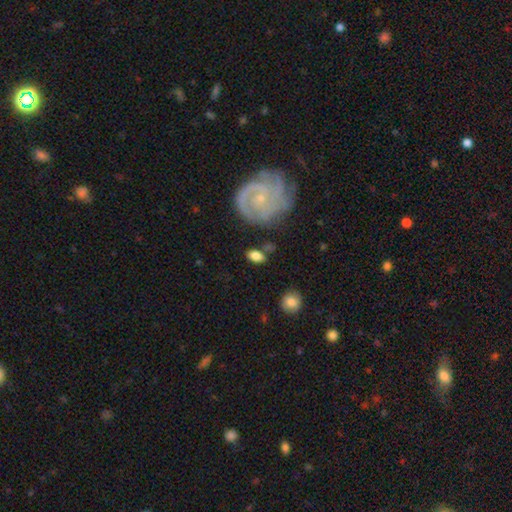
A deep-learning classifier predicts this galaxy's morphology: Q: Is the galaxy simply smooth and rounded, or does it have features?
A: smooth — 75%.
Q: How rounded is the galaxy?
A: in between — 88%.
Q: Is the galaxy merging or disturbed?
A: none — 74%.